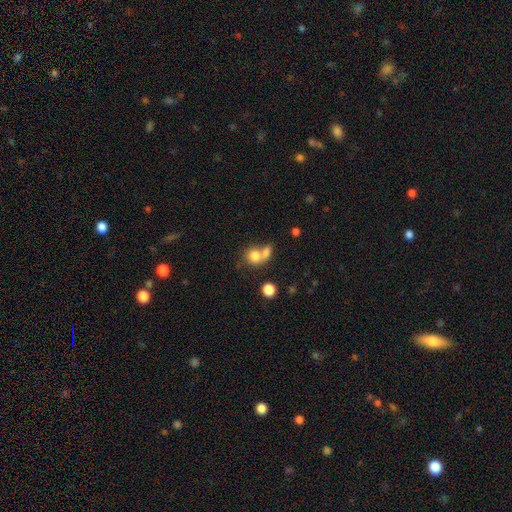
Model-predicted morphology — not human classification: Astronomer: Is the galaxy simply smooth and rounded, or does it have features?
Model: smooth — 77%.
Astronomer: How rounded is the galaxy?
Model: round — 70%.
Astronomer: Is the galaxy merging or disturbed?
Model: merger — 58%.